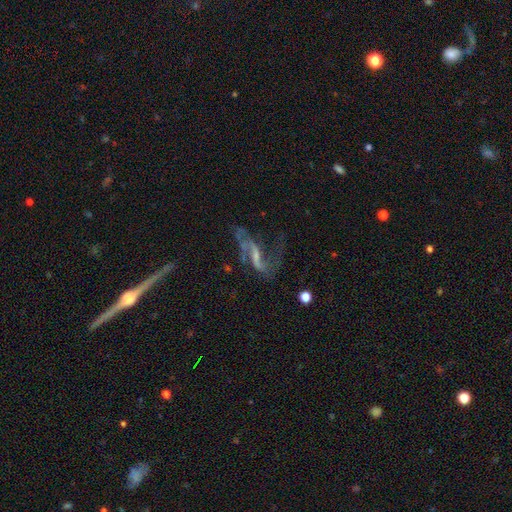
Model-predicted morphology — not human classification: featured or disk 77%, star or artifact 12%, smooth 11%. Down the decision tree: edge-on disk — no (86%); bar — weak (43%); spiral arms — yes (82%); spiral arm count — 2 (74%); spiral winding — loose (68%); bulge size — small (46%); merging — none (43%).